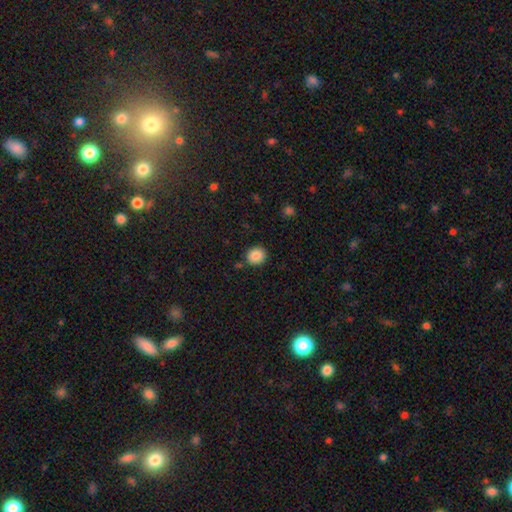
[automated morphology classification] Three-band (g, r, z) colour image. It shows a smooth galaxy with no disk features (87%) that is round (84%). Merging: none (87%).